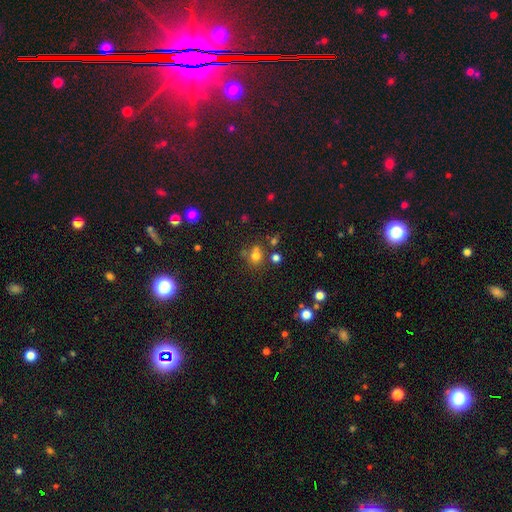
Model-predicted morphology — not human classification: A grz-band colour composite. It shows a smooth galaxy with no disk features (70%) that is round (77%). Merging: none (59%).